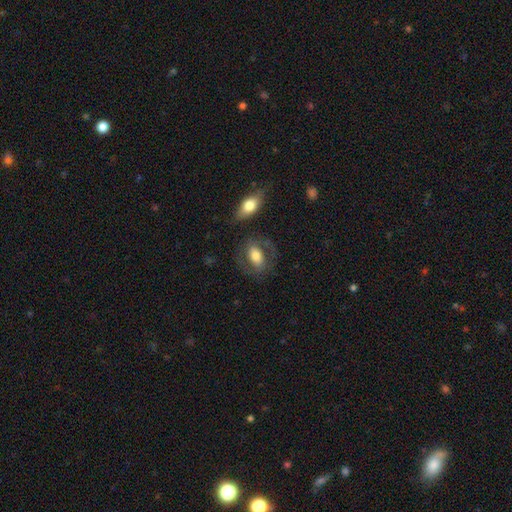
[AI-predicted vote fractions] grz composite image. It shows a smooth galaxy with no disk features (56%) that is in between round and cigar-shaped (81%). Merging: none (66%).